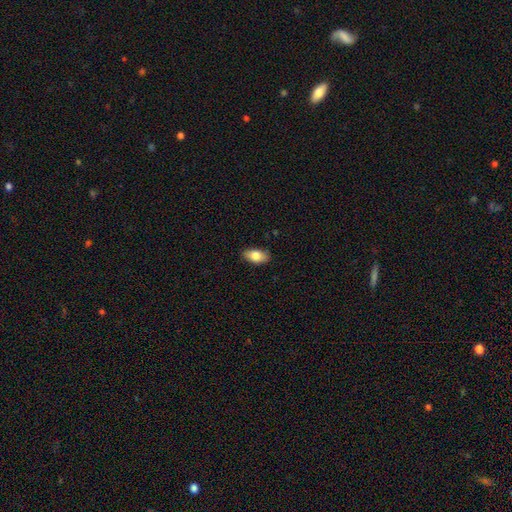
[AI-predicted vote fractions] Q: Smooth or featured?
A: smooth (82%); runner-up: featured or disk (11%)
Q: How rounded?
A: in between (92%); runner-up: round (5%)
Q: Merging?
A: none (87%); runner-up: minor disturbance (10%)